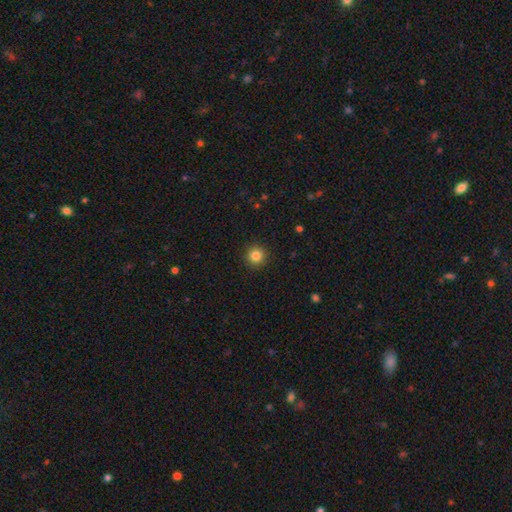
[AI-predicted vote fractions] This is clearly a smooth galaxy (84%). How rounded: clearly round (94%). Merging: clearly none (92%).